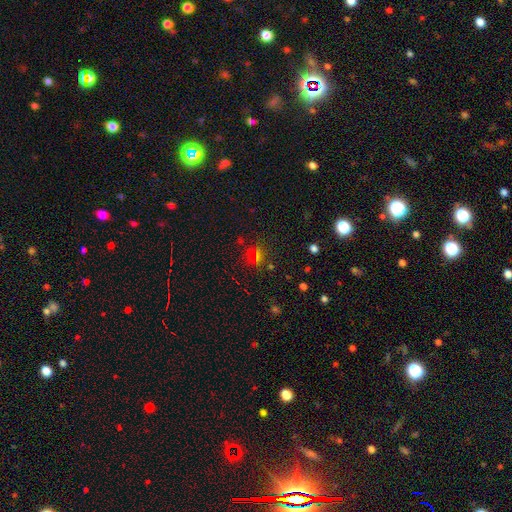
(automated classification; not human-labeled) smooth_or_featured: smooth (p=0.46) [alt: star or artifact p=0.45]
merging: none (p=0.79) [alt: minor disturbance p=0.11]